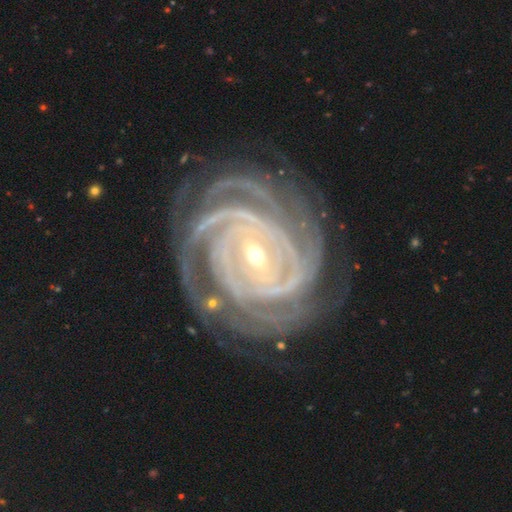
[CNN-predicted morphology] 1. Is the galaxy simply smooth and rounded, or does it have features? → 93% featured or disk, 5% star or artifact, 3% smooth.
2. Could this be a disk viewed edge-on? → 97% no, 3% yes.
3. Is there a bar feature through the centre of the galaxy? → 36% weak (tied), 36% strong (tied), 28% no.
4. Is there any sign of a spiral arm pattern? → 99% yes, 1% no.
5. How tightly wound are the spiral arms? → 84% tight, 14% medium, 2% loose.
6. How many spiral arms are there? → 33% 4, 19% 3, 18% more than 4, 13% can't tell, 10% 2, 7% 1.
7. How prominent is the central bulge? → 66% small, 31% moderate, 1% large, 1% none, 1% dominant.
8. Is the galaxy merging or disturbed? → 75% none, 16% minor disturbance, 7% major disturbance, 2% merger.